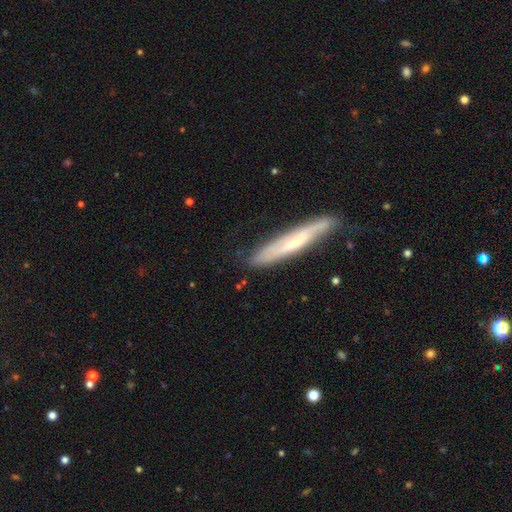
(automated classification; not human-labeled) Q: Smooth or featured?
A: featured or disk (54%); runner-up: smooth (38%)
Q: Edge-on disk?
A: yes (74%); runner-up: no (26%)
Q: Merging?
A: none (76%); runner-up: minor disturbance (19%)